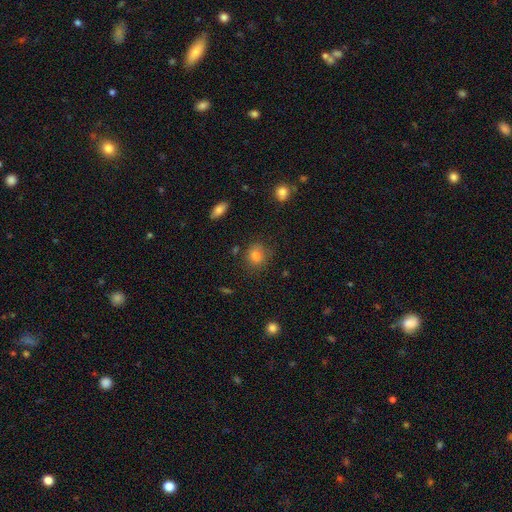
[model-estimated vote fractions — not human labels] smooth-or-featured: smooth: 80% | star or artifact: 12% | featured or disk: 8%
  how-rounded: round: 73% | in between: 26% | cigar-shaped: 1%
  merging: none: 77% | minor disturbance: 16% | major disturbance: 5% | merger: 3%